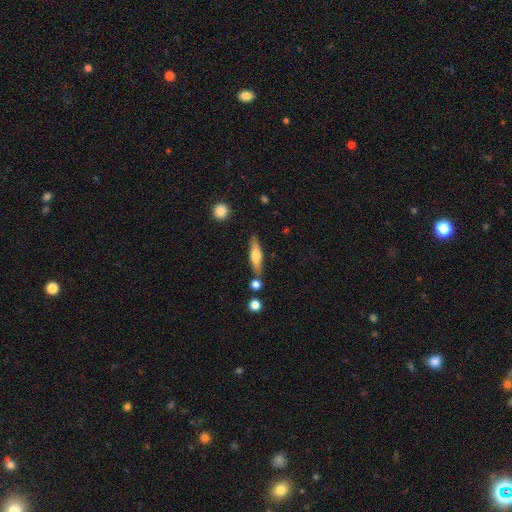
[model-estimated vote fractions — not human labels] smooth 49%, featured or disk 45%, star or artifact 6%. Down the decision tree: merging — none (77%).